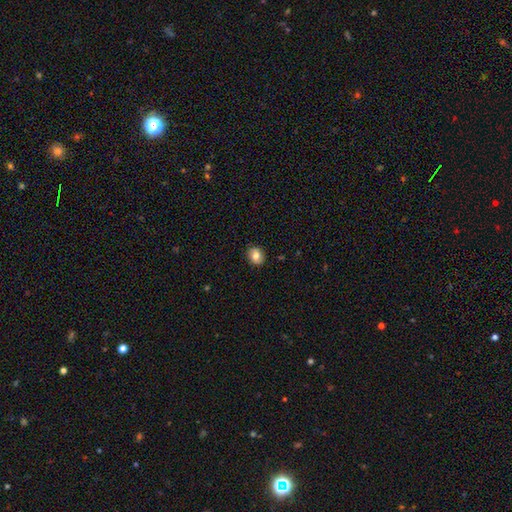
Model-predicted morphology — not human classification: This appears to be a smooth galaxy with no disk features (80%) that is round (60%). Merging: none (88%).